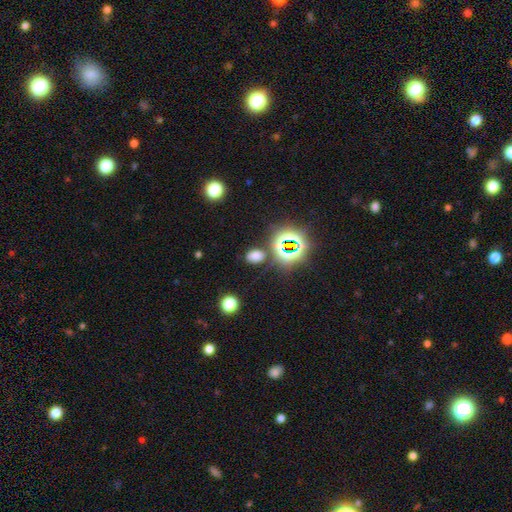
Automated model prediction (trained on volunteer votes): Q: Smooth or featured?
A: smooth (64%); runner-up: star or artifact (29%)
Q: How rounded?
A: in between (72%); runner-up: round (26%)
Q: Merging?
A: none (79%); runner-up: minor disturbance (11%)